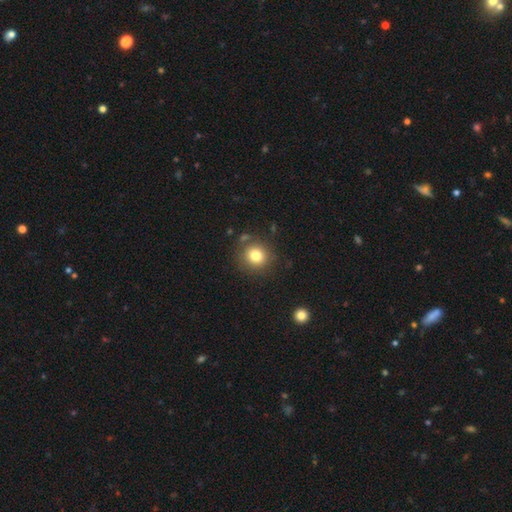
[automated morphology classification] type=smooth (80%); roundness=round (88%); merging=none (83%).